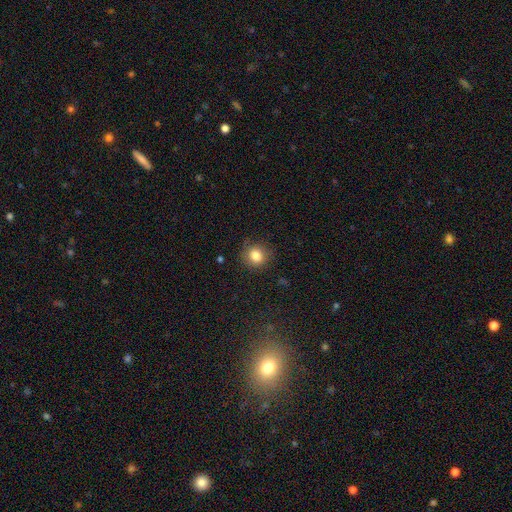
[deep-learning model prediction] Overall: smooth (83%). How rounded: round (84%). Merging: none (83%).